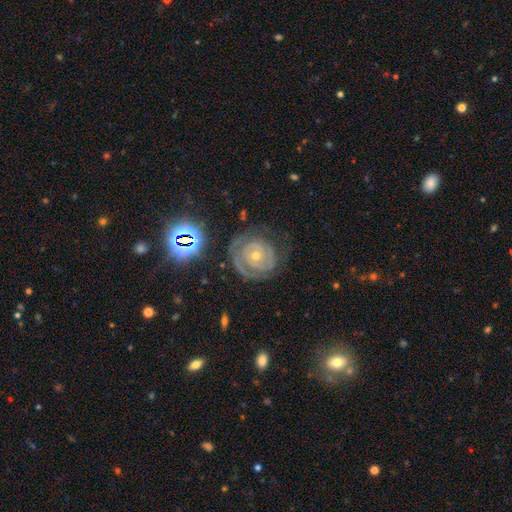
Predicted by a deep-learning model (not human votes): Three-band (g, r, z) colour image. It shows a featured or disk galaxy (81%) with no bar (77%), 2 (38%) tight (79%) spiral arms (90%) and a small central bulge (63%). Merging: none (68%).